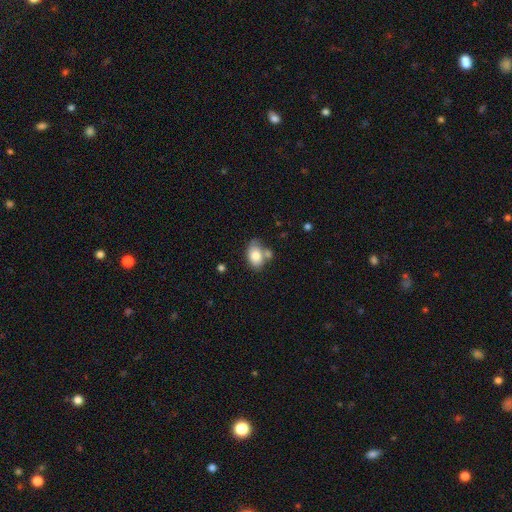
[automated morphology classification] Overall: smooth (80%). How rounded: in between (85%). Merging: none (47%; merger 27%).